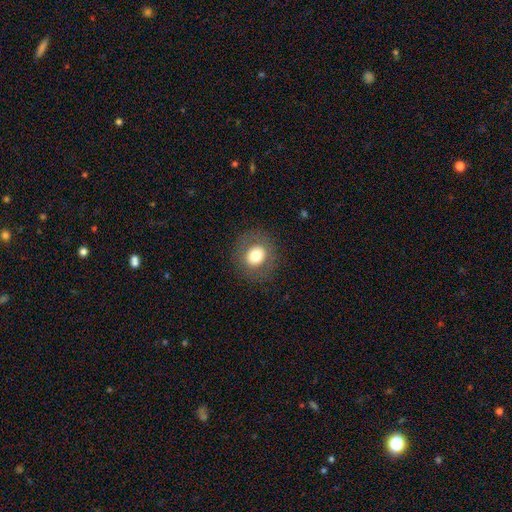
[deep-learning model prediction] Q: Smooth or featured?
A: smooth (72%); runner-up: featured or disk (17%)
Q: How rounded?
A: round (83%); runner-up: in between (17%)
Q: Merging?
A: none (86%); runner-up: minor disturbance (8%)